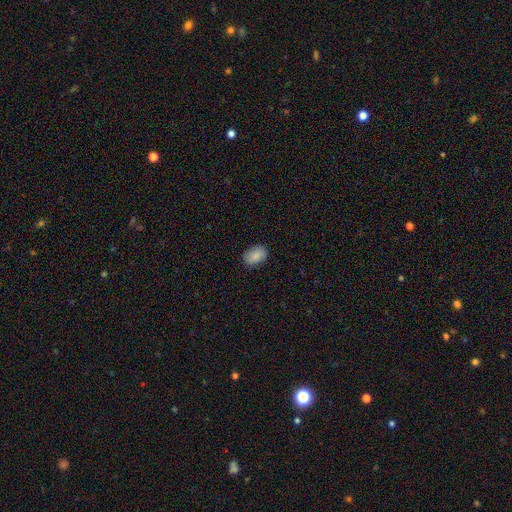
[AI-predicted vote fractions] This appears to be a smooth galaxy with no disk features (85%) that is in between round and cigar-shaped (87%). Merging: none (85%).